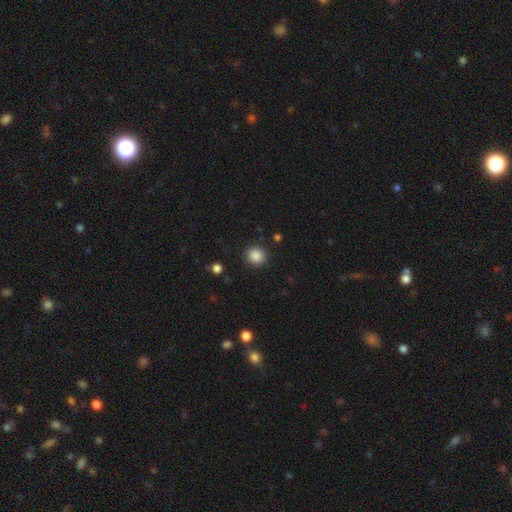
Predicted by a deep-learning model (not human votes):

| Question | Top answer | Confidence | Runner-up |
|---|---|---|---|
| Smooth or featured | smooth | 87% | star or artifact (10%) |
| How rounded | round | 90% | in between (9%) |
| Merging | none | 89% | minor disturbance (7%) |